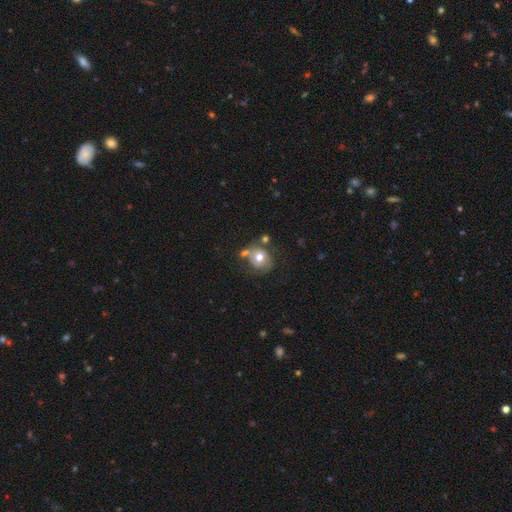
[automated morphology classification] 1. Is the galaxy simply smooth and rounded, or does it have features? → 57% smooth, 30% featured or disk, 13% star or artifact.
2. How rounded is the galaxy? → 77% round, 22% in between, 1% cigar-shaped.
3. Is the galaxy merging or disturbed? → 55% none, 20% merger, 17% minor disturbance, 9% major disturbance.